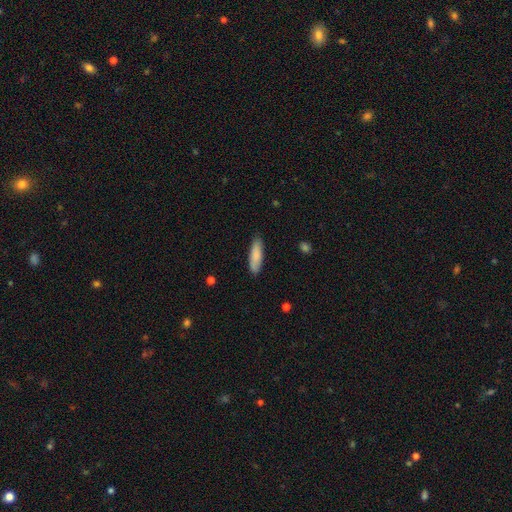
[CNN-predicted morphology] A smooth galaxy with no disk features (85%) that is cigar-shaped (52%).

Vote fractions:
- Smooth or featured? smooth: 85% / featured or disk: 10% / star or artifact: 6%
- How rounded? cigar-shaped: 52% / in between: 46% / round: 1%
- Merging? none: 84% / minor disturbance: 13% / major disturbance: 2% / merger: 1%